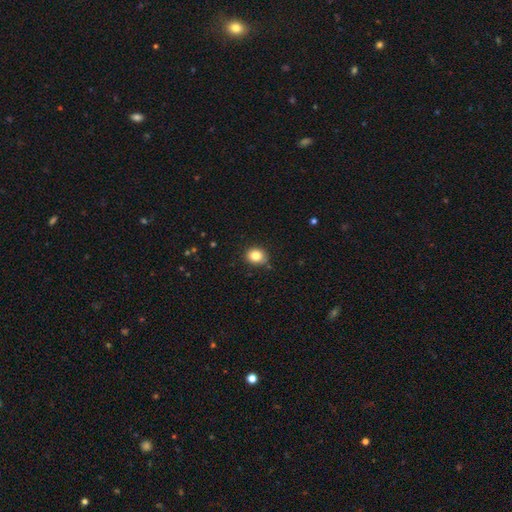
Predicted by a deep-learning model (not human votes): smooth 83%, star or artifact 10%, featured or disk 7%. Down the decision tree: how rounded — round (63%); merging — none (83%).